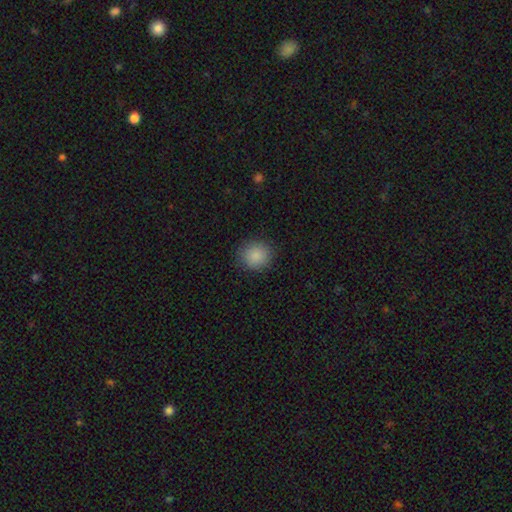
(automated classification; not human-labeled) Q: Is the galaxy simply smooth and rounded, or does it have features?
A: smooth — 88%.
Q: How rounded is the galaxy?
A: round — 88%.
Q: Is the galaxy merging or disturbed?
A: none — 88%.